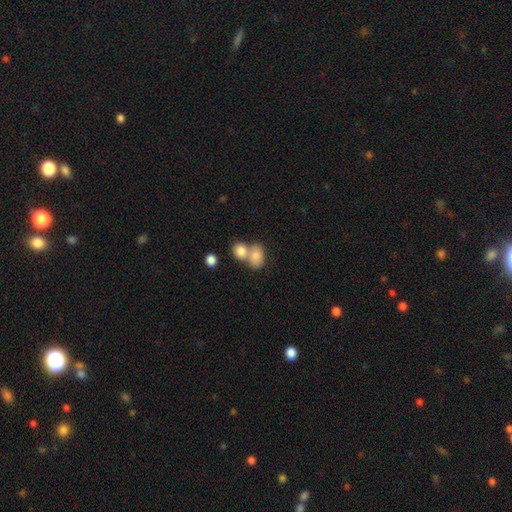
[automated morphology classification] Smooth or featured? Predicted: smooth (p=0.81). How rounded? Predicted: in between (p=0.69). Merging? Predicted: merger (p=0.61).